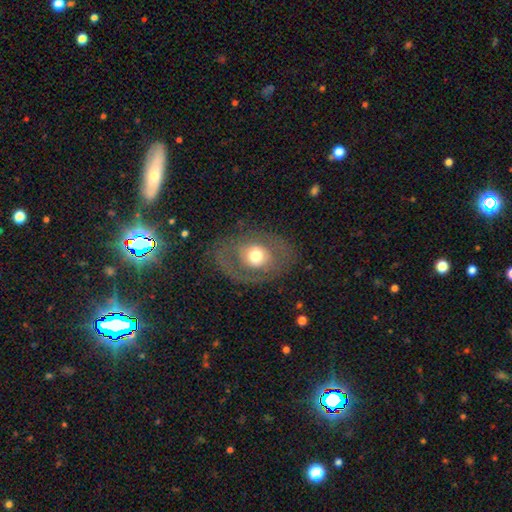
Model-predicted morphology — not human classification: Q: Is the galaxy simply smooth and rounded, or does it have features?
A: smooth — 46%, tied with featured or disk.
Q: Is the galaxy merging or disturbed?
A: none — 75%.